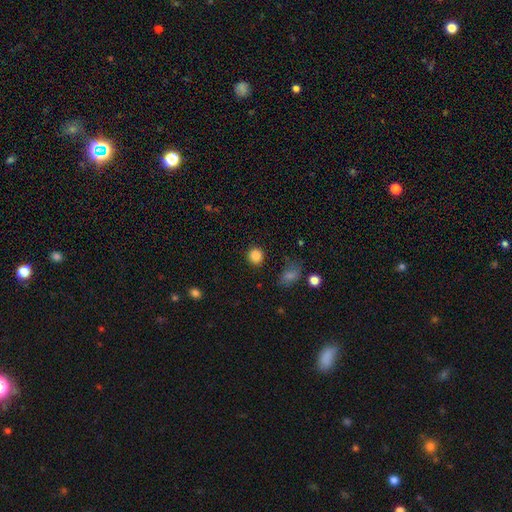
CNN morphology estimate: smooth_or_featured: smooth (p=0.86) [alt: star or artifact p=0.11]
how_rounded: round (p=0.91) [alt: in between p=0.08]
merging: none (p=0.89) [alt: minor disturbance p=0.06]